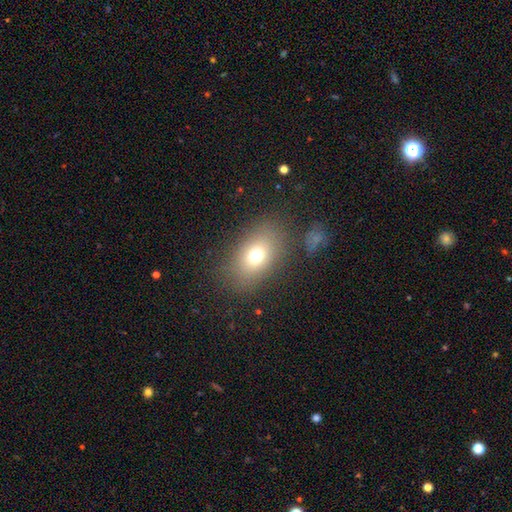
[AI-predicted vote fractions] Smooth or featured? smooth (70%)
How rounded? in between (76%)
Merging? none (79%)